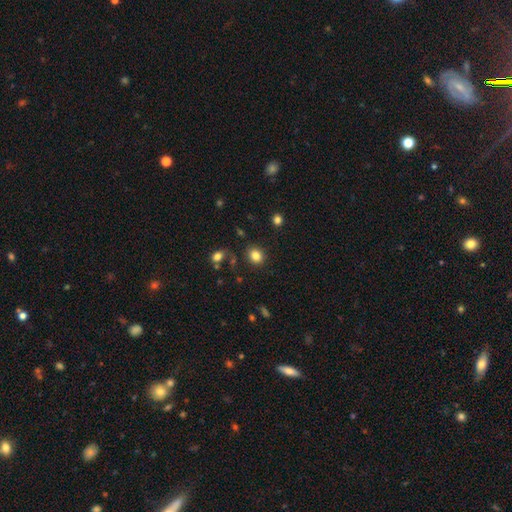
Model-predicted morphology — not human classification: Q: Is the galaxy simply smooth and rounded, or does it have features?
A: smooth — 83%.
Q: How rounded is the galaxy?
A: round — 65%.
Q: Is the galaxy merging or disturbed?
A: none — 83%.